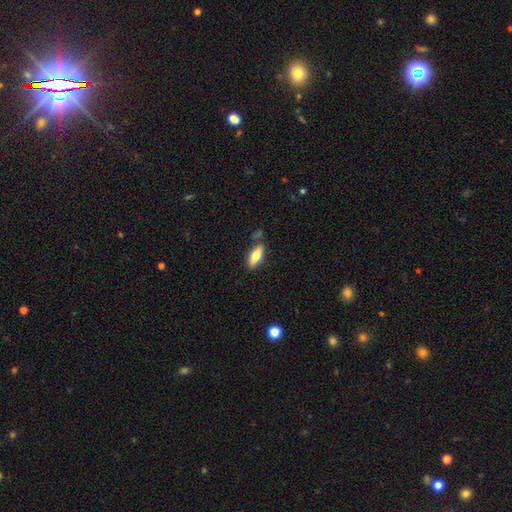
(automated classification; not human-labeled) The model was most divided on "how rounded": in between: 70%, cigar-shaped: 28%, round: 2%. More confident: merging — none (77%); smooth or featured — smooth (72%).